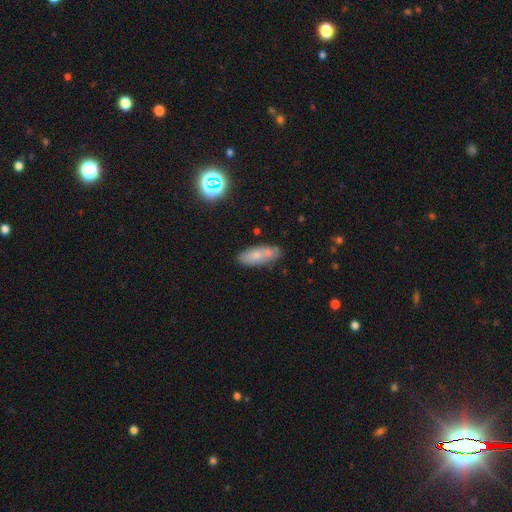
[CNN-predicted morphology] Smooth or featured? smooth (71%)
How rounded? in between (80%)
Merging? none (63%)